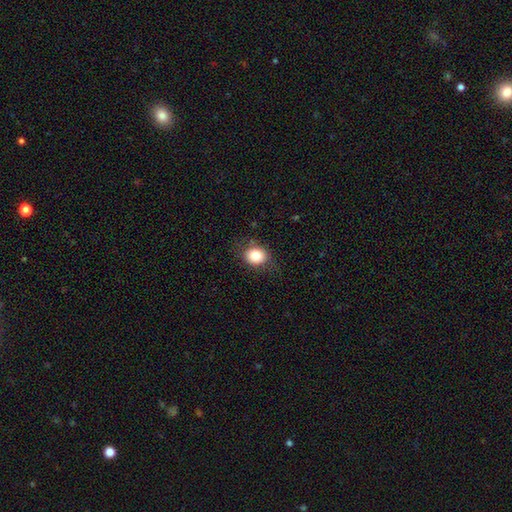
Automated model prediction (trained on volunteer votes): A smooth galaxy with no disk features (82%) that is round (64%).

Vote fractions:
- Smooth or featured? smooth: 82% / star or artifact: 10% / featured or disk: 8%
- How rounded? round: 64% / in between: 35% / cigar-shaped: 1%
- Merging? none: 79% / minor disturbance: 15% / major disturbance: 5% / merger: 1%